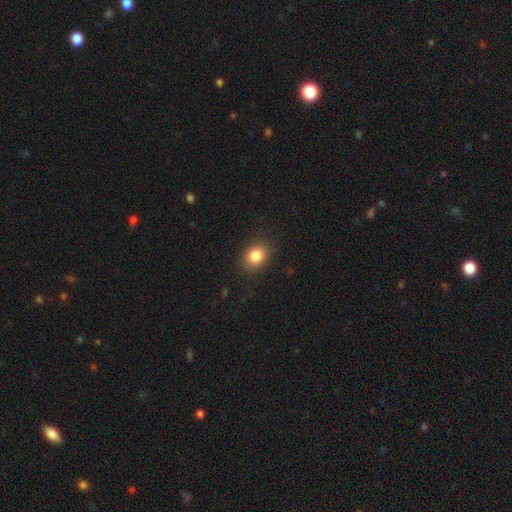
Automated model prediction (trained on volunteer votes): Smooth or featured: smooth — 84% (star or artifact — 10%)
How rounded: round — 57% (in between — 42%)
Merging: none — 87% (minor disturbance — 9%)